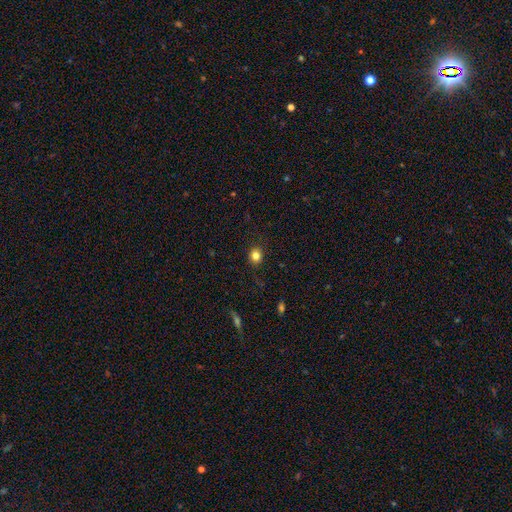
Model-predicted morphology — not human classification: Overall: smooth (82%). How rounded: round (78%). Merging: none (88%).